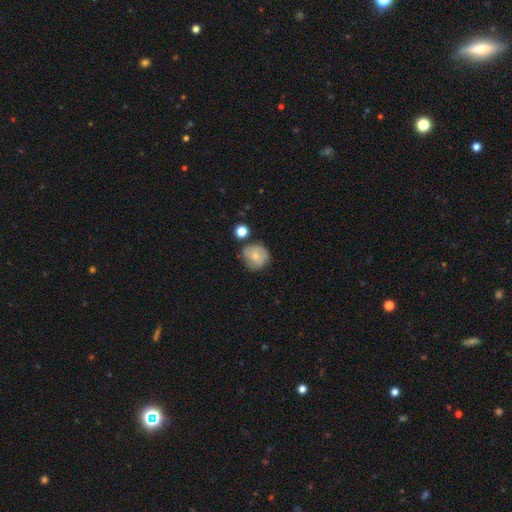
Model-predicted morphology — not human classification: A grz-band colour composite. It shows a smooth galaxy with no disk features (63%) that is round (86%). Merging: none (64%).